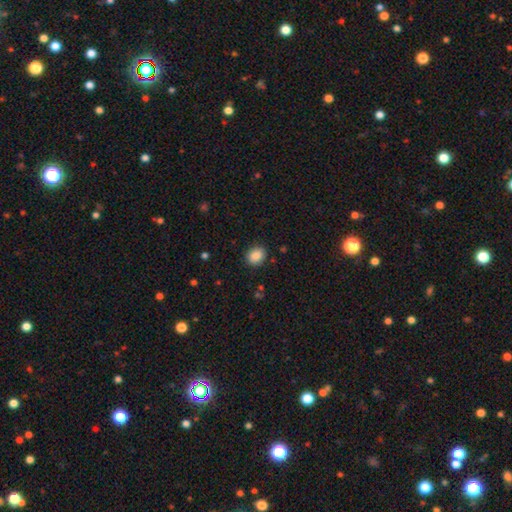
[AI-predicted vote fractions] A smooth galaxy with no disk features (86%) that is round (61%).

Vote fractions:
- Smooth or featured? smooth: 86% / star or artifact: 9% / featured or disk: 5%
- How rounded? round: 61% / in between: 38% / cigar-shaped: 1%
- Merging? none: 88% / minor disturbance: 9% / major disturbance: 3% / merger: 1%